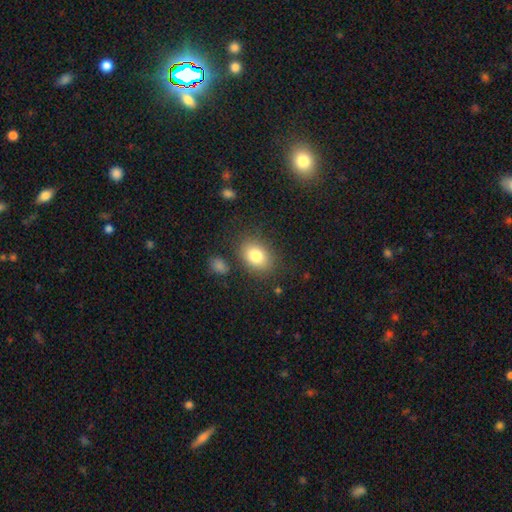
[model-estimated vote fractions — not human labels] smooth 82%, featured or disk 9%, star or artifact 9%. Down the decision tree: how rounded — in between (67%); merging — none (81%).